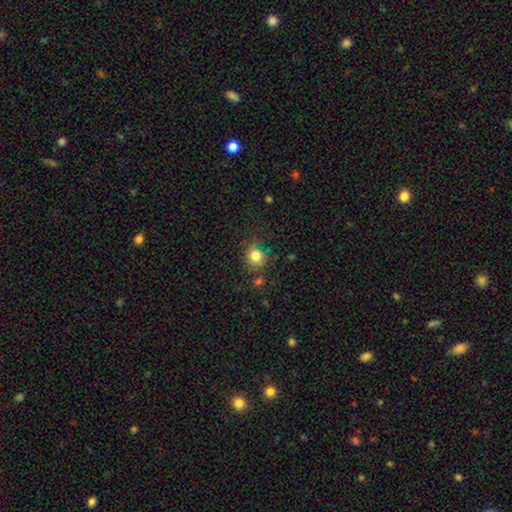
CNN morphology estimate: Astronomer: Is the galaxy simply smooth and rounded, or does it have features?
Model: smooth — 81%.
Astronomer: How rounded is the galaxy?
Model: round — 84%.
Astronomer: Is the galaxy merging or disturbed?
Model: none — 76%.